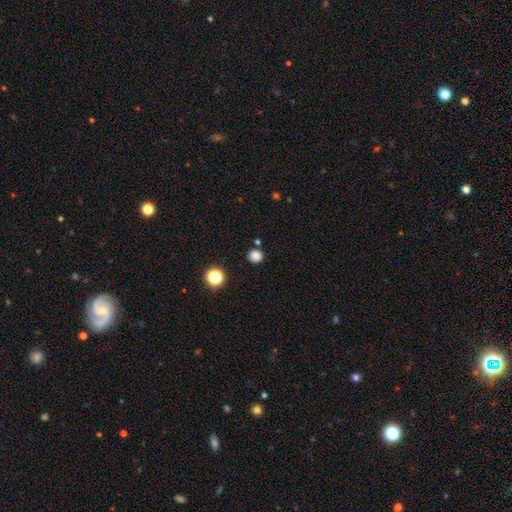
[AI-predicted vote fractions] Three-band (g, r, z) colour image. It shows a smooth galaxy with no disk features (82%) that is round (86%). Merging: none (85%).